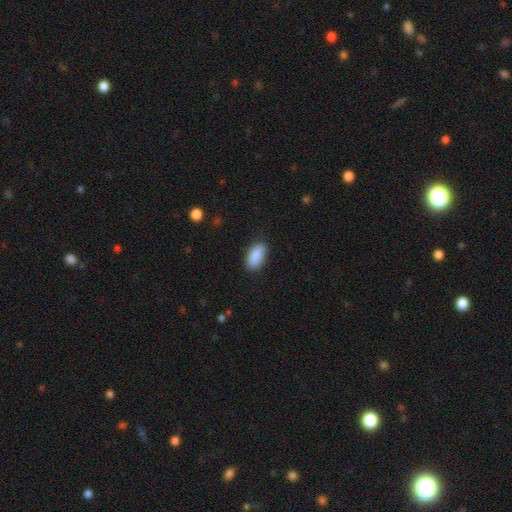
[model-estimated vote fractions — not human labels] Smooth or featured? Predicted: smooth (p=0.89). How rounded? Predicted: in between (p=0.90). Merging? Predicted: none (p=0.84).